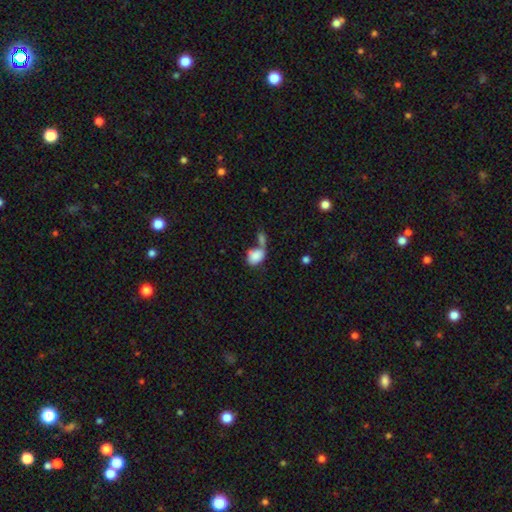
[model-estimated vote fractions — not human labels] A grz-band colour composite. It shows a smooth galaxy with no disk features (82%) that is in between round and cigar-shaped (76%). Merging: merger (57%).